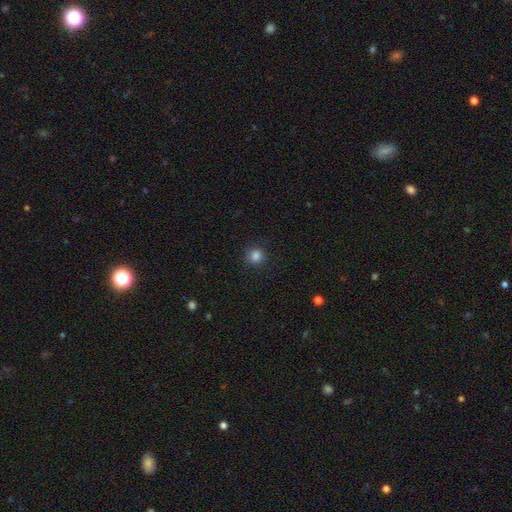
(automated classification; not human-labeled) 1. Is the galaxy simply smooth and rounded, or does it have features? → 84% smooth, 12% star or artifact, 4% featured or disk.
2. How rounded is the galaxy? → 92% round, 7% in between, 1% cigar-shaped.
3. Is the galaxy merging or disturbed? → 89% none, 7% minor disturbance, 2% major disturbance, 1% merger.